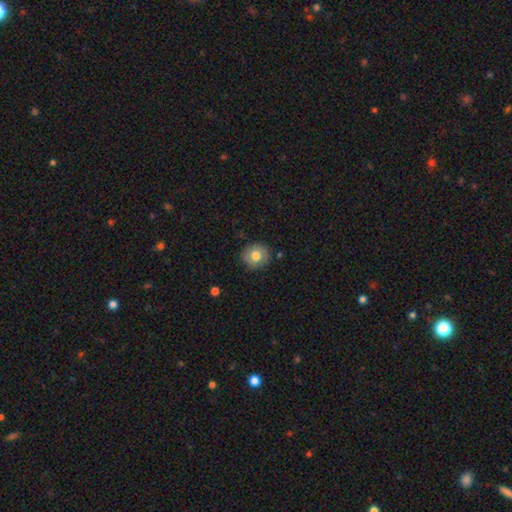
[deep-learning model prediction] The model was most divided on "smooth or featured": smooth: 76%, featured or disk: 15%, star or artifact: 9%. More confident: merging — none (86%); how rounded — round (85%).